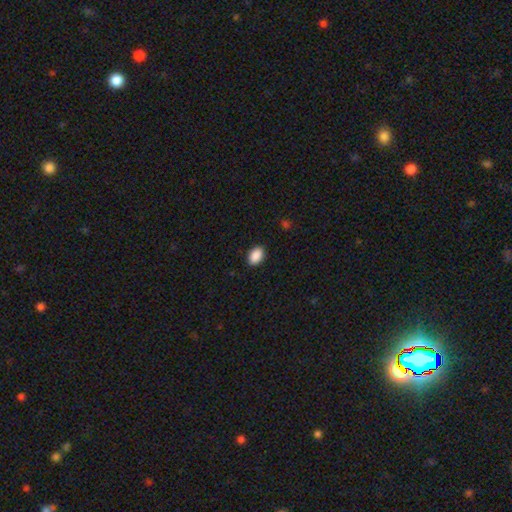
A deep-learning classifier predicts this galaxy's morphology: smooth_or_featured: smooth (p=0.90) [alt: star or artifact p=0.07]
how_rounded: in between (p=0.87) [alt: round p=0.12]
merging: none (p=0.88) [alt: minor disturbance p=0.09]